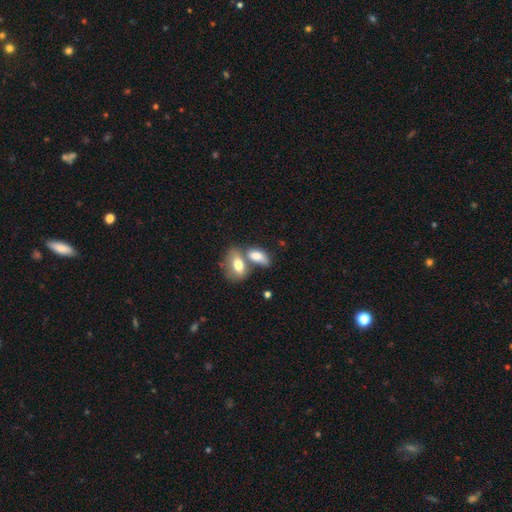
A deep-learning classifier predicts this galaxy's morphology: Overall: smooth (77%). How rounded: in between (88%). Merging: merger (57%; none 29%).